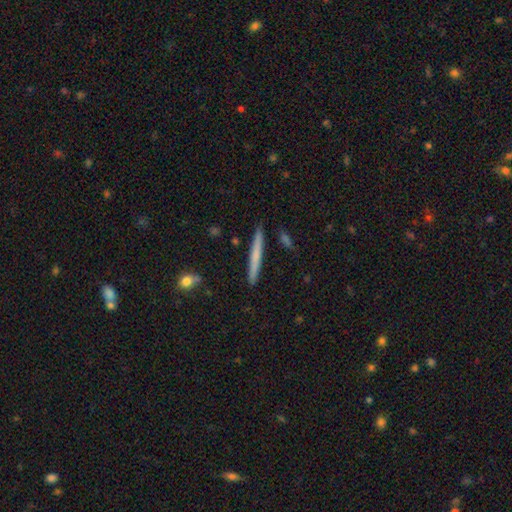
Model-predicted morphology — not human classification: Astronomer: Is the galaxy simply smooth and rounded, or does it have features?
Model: smooth — 58% (runner-up: featured or disk, 36%).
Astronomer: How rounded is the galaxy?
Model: cigar-shaped — 96%.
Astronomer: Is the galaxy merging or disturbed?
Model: none — 90%.